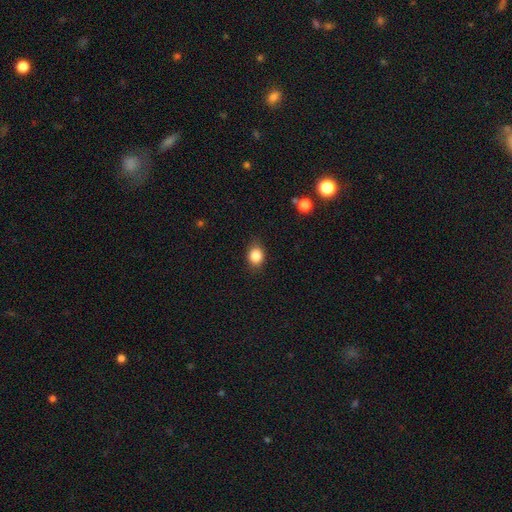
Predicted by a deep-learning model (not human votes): A smooth galaxy with no disk features (85%) that is round (58%).

Vote fractions:
- Smooth or featured? smooth: 85% / star or artifact: 10% / featured or disk: 5%
- How rounded? round: 58% / in between: 41% / cigar-shaped: 1%
- Merging? none: 82% / minor disturbance: 14% / major disturbance: 3% / merger: 1%